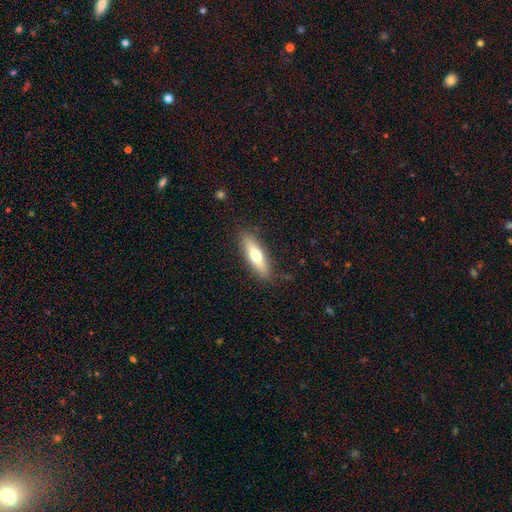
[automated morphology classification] smooth-or-featured: smooth: 59% | featured or disk: 35% | star or artifact: 6%
  how-rounded: cigar-shaped: 65% | in between: 34% | round: 2%
  merging: none: 84% | minor disturbance: 12% | major disturbance: 3% | merger: 1%